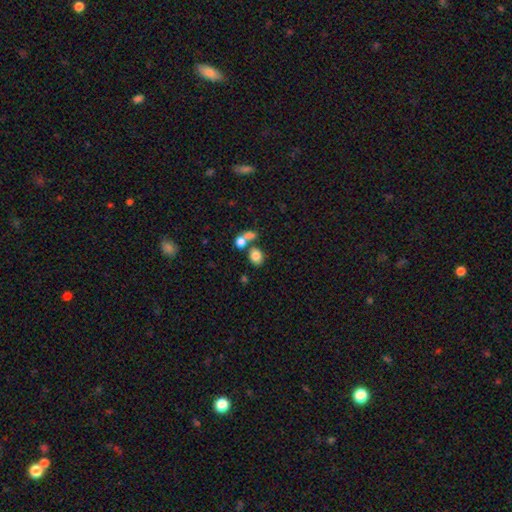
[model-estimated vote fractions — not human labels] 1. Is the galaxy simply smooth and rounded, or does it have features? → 81% smooth, 10% star or artifact, 9% featured or disk.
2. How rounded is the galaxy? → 53% round, 46% in between, 1% cigar-shaped.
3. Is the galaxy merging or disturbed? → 55% none, 31% merger, 9% minor disturbance, 4% major disturbance.